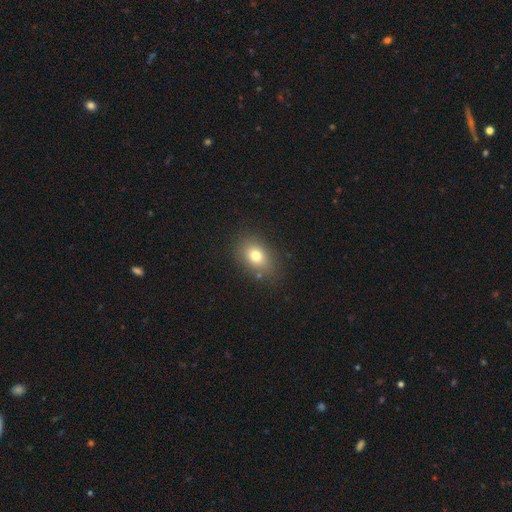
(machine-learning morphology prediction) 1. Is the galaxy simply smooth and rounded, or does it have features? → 76% smooth, 12% featured or disk, 12% star or artifact.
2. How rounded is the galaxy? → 73% in between, 26% round, 1% cigar-shaped.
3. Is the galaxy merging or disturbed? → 82% none, 12% minor disturbance, 4% major disturbance, 2% merger.